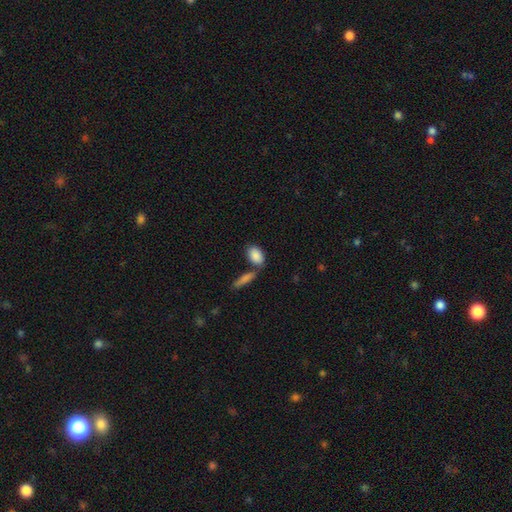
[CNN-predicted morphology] This appears to be a smooth galaxy with no disk features (88%) that is in between round and cigar-shaped (89%). Merging: none (61%).